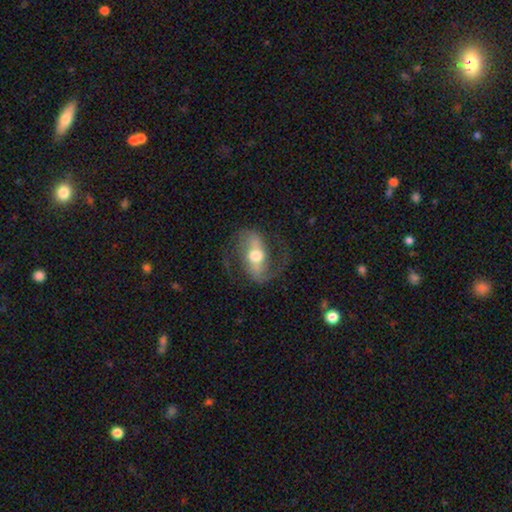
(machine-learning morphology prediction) A featured or disk galaxy (84%) with a strong bar (44%), 2 (92%) medium (48%) spiral arms (93%) and a moderate central bulge (67%).

Vote fractions:
- Smooth or featured? featured or disk: 84% / smooth: 11% / star or artifact: 5%
- Edge-on disk? no: 95% / yes: 5%
- Bar? strong: 44% / weak: 37% / no: 19%
- Spiral arms? yes: 93% / no: 7%
- Spiral winding? medium: 48% / loose: 41% / tight: 11%
- Spiral arm count? 2: 92% / can't tell: 3% / 1: 2% / 3: 1% / 4: 1% / more than 4: 1%
- Bulge size? moderate: 67% / large: 19% / small: 11% / dominant: 2% / none: 1%
- Merging? none: 73% / minor disturbance: 14% / major disturbance: 11% / merger: 1%